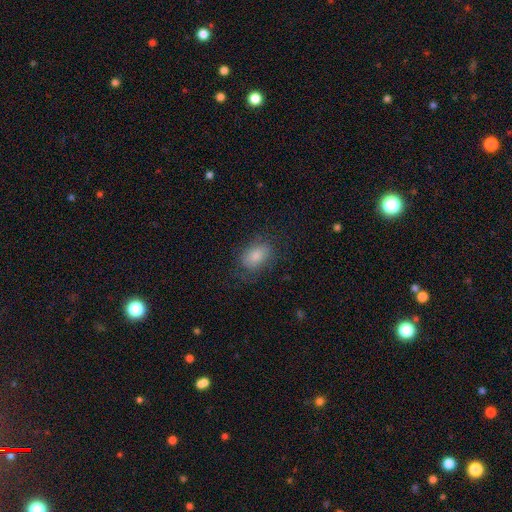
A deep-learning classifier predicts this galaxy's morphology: Smooth or featured? Predicted: smooth (p=0.70). How rounded? Predicted: in between (p=0.80). Merging? Predicted: none (p=0.71).